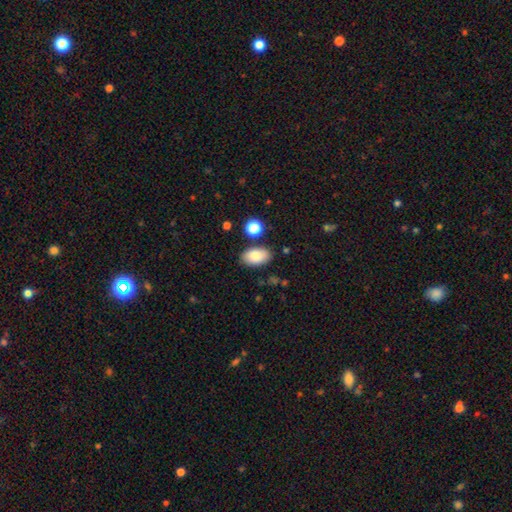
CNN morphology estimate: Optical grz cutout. It shows a smooth galaxy with no disk features (84%) that is in between round and cigar-shaped (92%). Merging: none (82%).